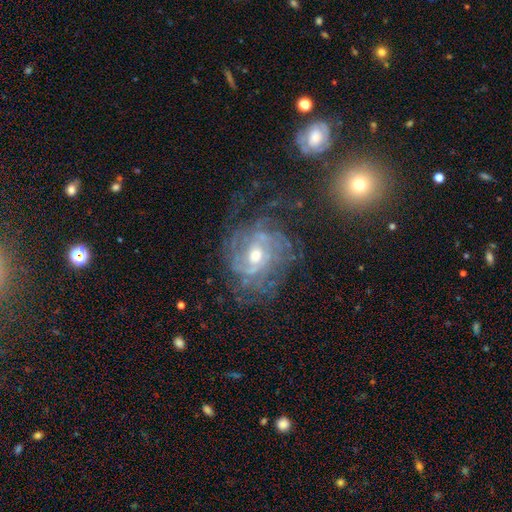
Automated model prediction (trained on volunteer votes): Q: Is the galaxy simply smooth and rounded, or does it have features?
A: featured or disk — 83%.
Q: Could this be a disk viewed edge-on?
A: no — 97%.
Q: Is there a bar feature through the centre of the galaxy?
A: no — 49%.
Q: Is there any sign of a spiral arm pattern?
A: yes — 90%.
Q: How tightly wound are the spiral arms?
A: tight — 53%.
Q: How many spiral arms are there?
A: can't tell — 43%.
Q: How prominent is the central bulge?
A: moderate — 64%.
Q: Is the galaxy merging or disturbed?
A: none — 57%.